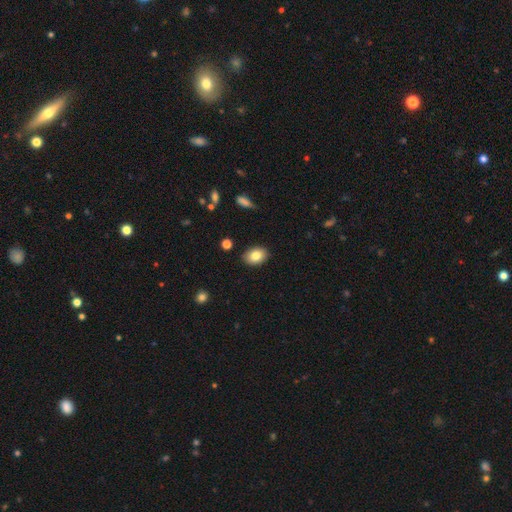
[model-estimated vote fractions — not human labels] smooth 83%, featured or disk 9%, star or artifact 8%. Down the decision tree: how rounded — in between (79%); merging — none (87%).